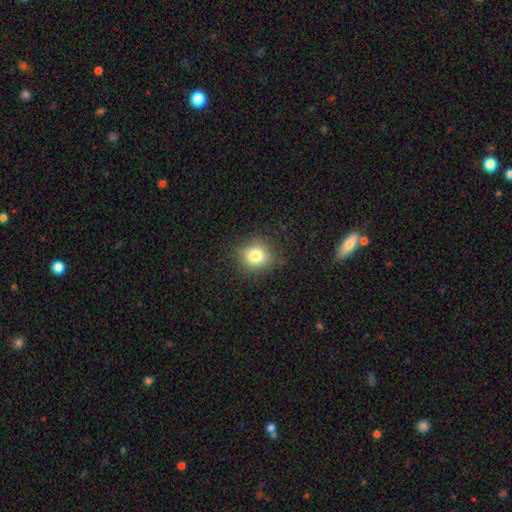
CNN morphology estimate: Overall: smooth (81%). How rounded: round (79%). Merging: none (84%).